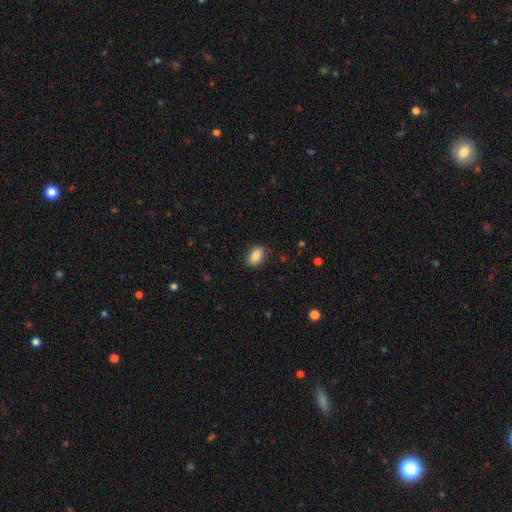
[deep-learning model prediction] Smooth or featured? Predicted: smooth (p=0.86). How rounded? Predicted: in between (p=0.86). Merging? Predicted: none (p=0.85).